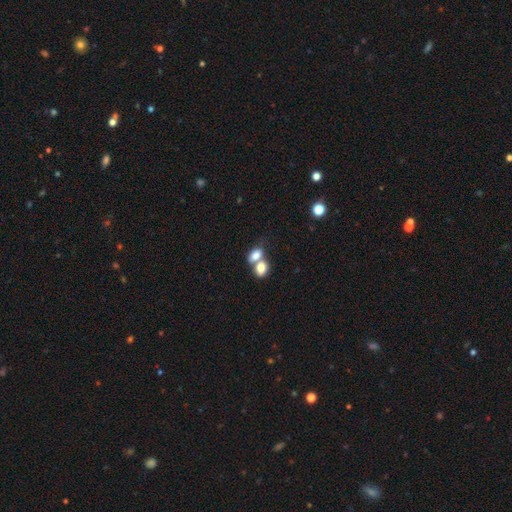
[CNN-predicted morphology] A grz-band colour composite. It shows a smooth galaxy with no disk features (79%) that is in between round and cigar-shaped (74%). Merging: merger (66%).